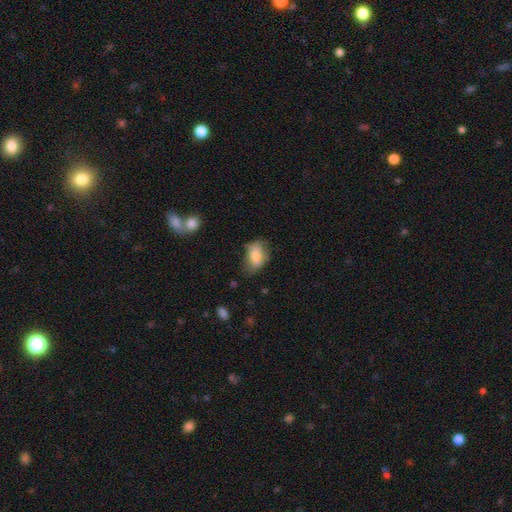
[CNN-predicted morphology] This appears to be a smooth galaxy with no disk features (78%) that is in between round and cigar-shaped (86%). Merging: none (51%).